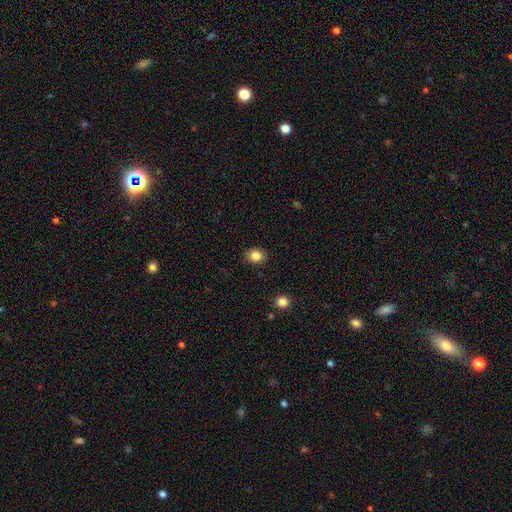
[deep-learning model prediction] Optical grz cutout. It shows a smooth galaxy with no disk features (84%) that is round (62%). Merging: none (89%).